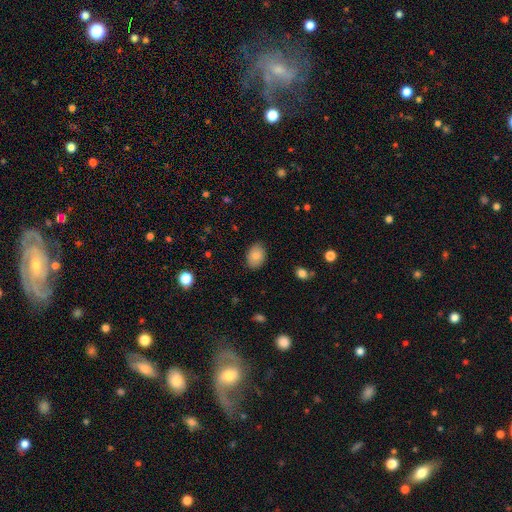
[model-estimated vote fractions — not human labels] This appears to be a smooth galaxy with no disk features (84%) that is in between round and cigar-shaped (80%). Merging: none (86%).